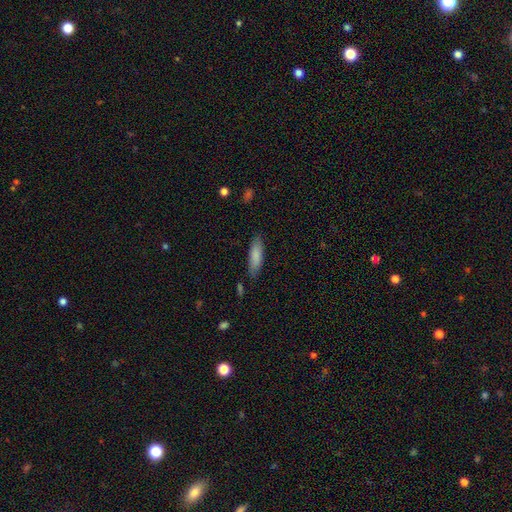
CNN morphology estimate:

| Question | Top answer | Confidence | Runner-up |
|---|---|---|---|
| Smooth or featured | smooth | 84% | featured or disk (10%) |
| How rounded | cigar-shaped | 54% | in between (45%) |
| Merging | none | 82% | minor disturbance (14%) |